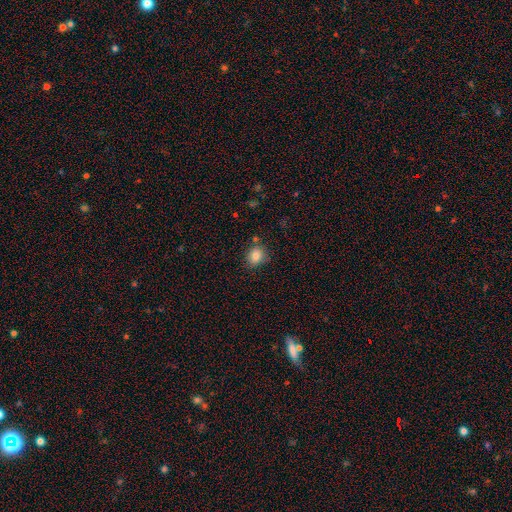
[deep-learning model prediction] The model was most divided on "how rounded": round: 61%, in between: 38%, cigar-shaped: 1%. More confident: smooth or featured — smooth (84%); merging — none (77%).